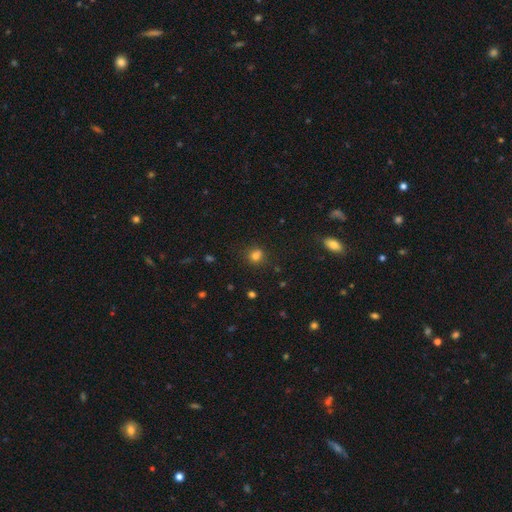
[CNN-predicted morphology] Q: Smooth or featured?
A: smooth (73%); runner-up: star or artifact (18%)
Q: How rounded?
A: round (78%); runner-up: in between (21%)
Q: Merging?
A: none (68%); runner-up: minor disturbance (14%)